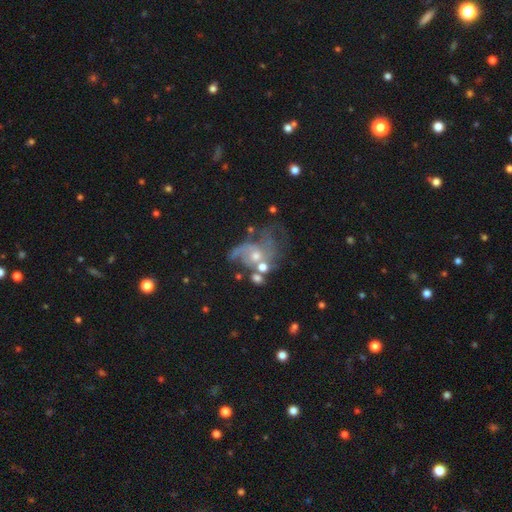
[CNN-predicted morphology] A featured or disk galaxy (73%) with no bar (75%), 2 (34%) loose (42%) spiral arms (79%) and a moderate central bulge (48%).

Vote fractions:
- Smooth or featured? featured or disk: 73% / smooth: 15% / star or artifact: 12%
- Edge-on disk? no: 97% / yes: 3%
- Bar? no: 75% / weak: 21% / strong: 4%
- Spiral arms? yes: 79% / no: 21%
- Spiral winding? loose: 42% / medium: 39% / tight: 19%
- Spiral arm count? 2: 34% / can't tell: 26% / 1: 19% / 3: 12% / 4: 4% / more than 4: 4%
- Bulge size? moderate: 48% / small: 40% / none: 6% / large: 4% / dominant: 1%
- Merging? major disturbance: 34% / none: 27% / merger: 22% / minor disturbance: 16%